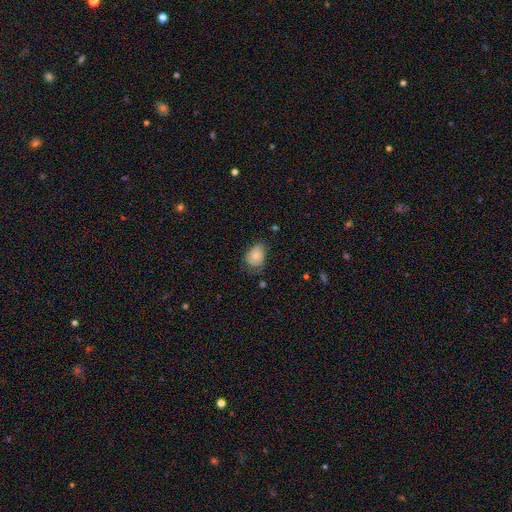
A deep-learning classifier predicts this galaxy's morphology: smooth-or-featured: smooth: 73% | featured or disk: 19% | star or artifact: 8%
  how-rounded: in between: 71% | round: 28% | cigar-shaped: 1%
  merging: none: 48% | minor disturbance: 36% | major disturbance: 14% | merger: 2%